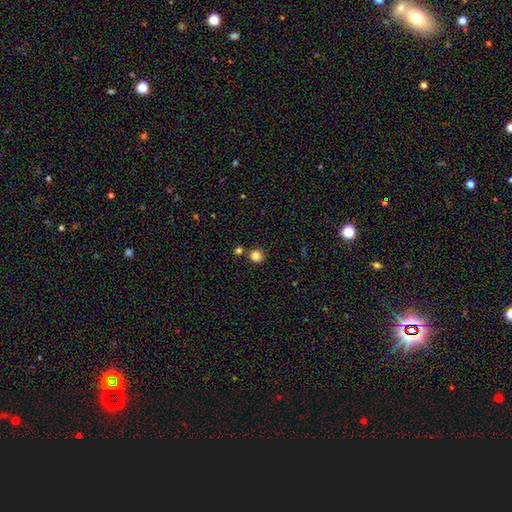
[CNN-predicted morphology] A smooth galaxy with no disk features (83%) that is round (91%).

Vote fractions:
- Smooth or featured? smooth: 83% / star or artifact: 12% / featured or disk: 5%
- How rounded? round: 91% / in between: 8% / cigar-shaped: 1%
- Merging? none: 81% / merger: 10% / minor disturbance: 7% / major disturbance: 2%